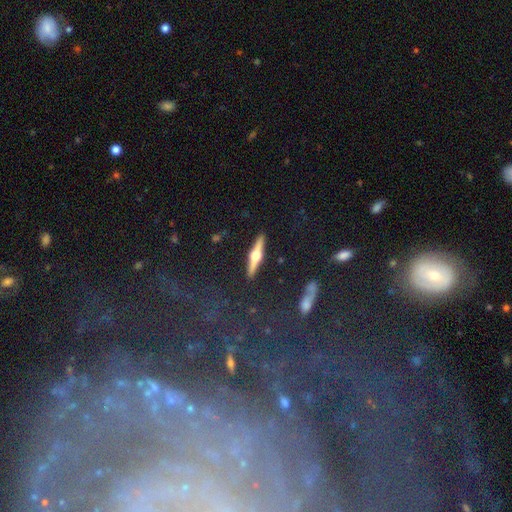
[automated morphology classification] A featured or disk galaxy (73%) viewed edge-on (98%) with a rounded central bulge (95%). Merging: none (91%).